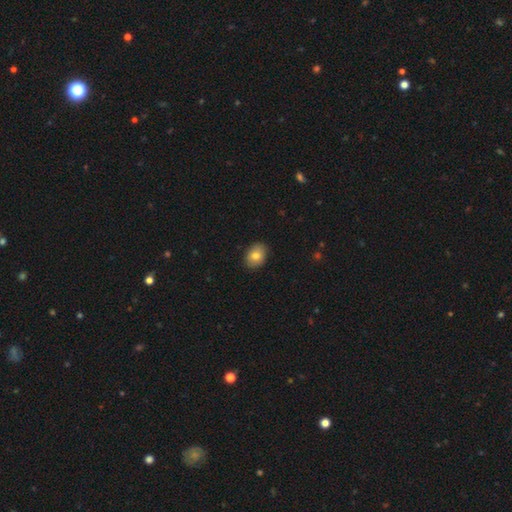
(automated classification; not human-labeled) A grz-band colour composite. It shows a smooth galaxy with no disk features (79%) that is in between round and cigar-shaped (67%). Merging: none (88%).